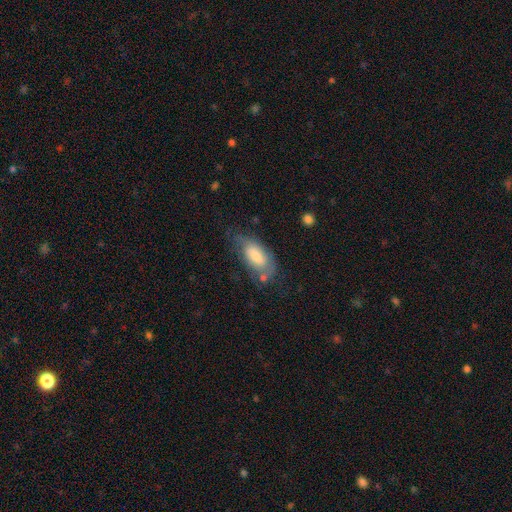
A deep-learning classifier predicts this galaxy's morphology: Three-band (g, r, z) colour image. It shows a smooth galaxy with no disk features (62%) that is in between round and cigar-shaped (90%). Merging: none (46%).